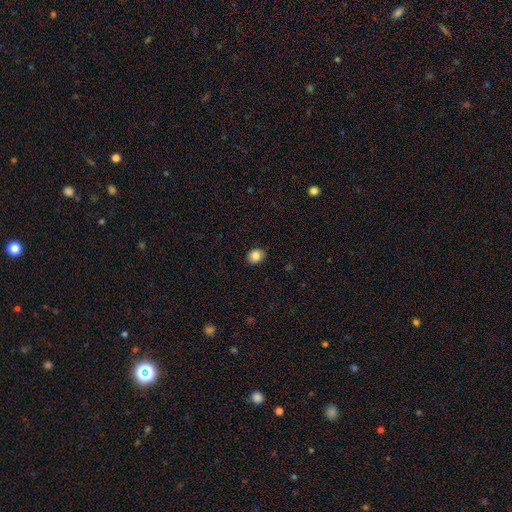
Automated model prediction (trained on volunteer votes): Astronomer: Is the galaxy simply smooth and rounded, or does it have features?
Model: smooth — 84%.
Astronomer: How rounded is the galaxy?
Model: round — 62% (runner-up: in between, 37%).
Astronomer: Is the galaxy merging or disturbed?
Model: none — 87%.